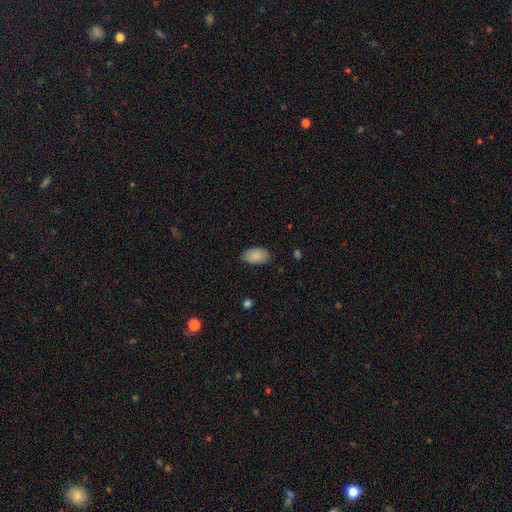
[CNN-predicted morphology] The model was most divided on "merging": none: 80%, minor disturbance: 16%, major disturbance: 3%, merger: 1%. More confident: how rounded — in between (94%); smooth or featured — smooth (88%).